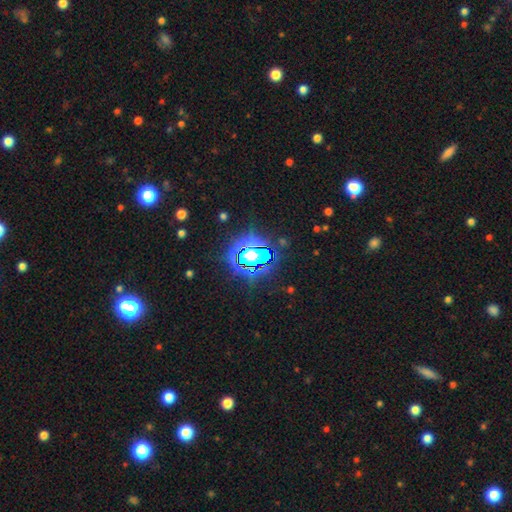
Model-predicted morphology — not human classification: Overall: star or artifact (64%).